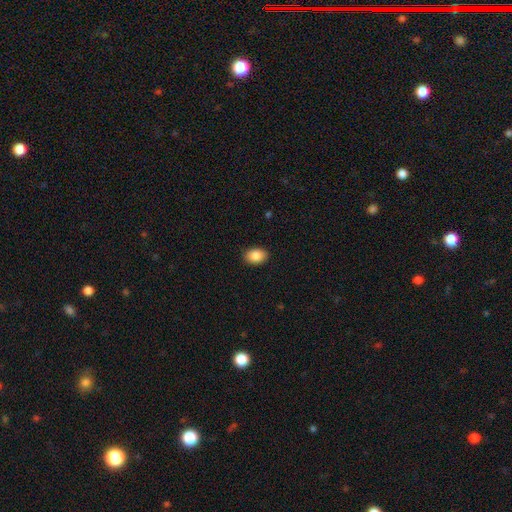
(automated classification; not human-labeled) Smooth or featured? smooth (88%)
How rounded? in between (79%)
Merging? none (89%)